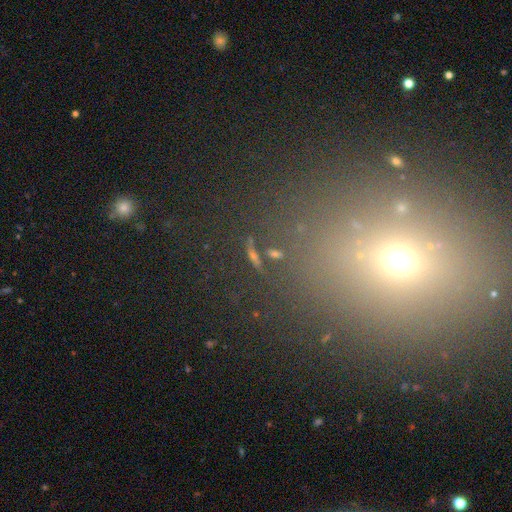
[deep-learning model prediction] Smooth or featured: star or artifact — 47% (smooth — 29%)